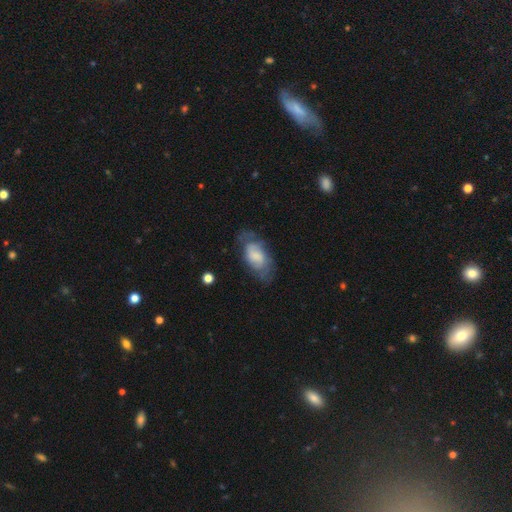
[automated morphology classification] A smooth galaxy with no disk features (51%) that is in between round and cigar-shaped (92%).

Vote fractions:
- Smooth or featured? smooth: 51% / featured or disk: 42% / star or artifact: 7%
- How rounded? in between: 92% / round: 5% / cigar-shaped: 3%
- Merging? none: 51% / minor disturbance: 28% / major disturbance: 18% / merger: 2%